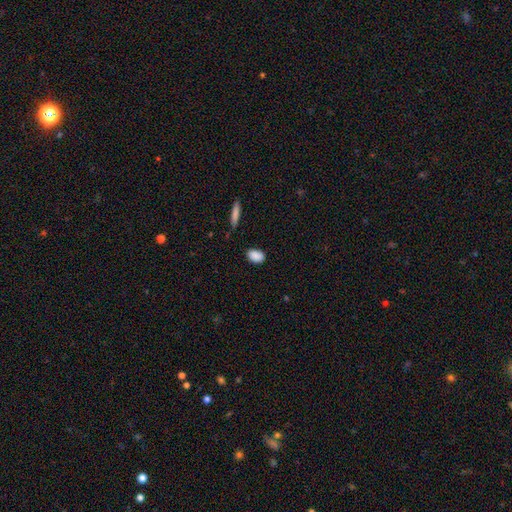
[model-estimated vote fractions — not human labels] smooth-or-featured: smooth: 89% | star or artifact: 7% | featured or disk: 4%
  how-rounded: in between: 85% | round: 13% | cigar-shaped: 3%
  merging: none: 82% | minor disturbance: 13% | major disturbance: 3% | merger: 2%